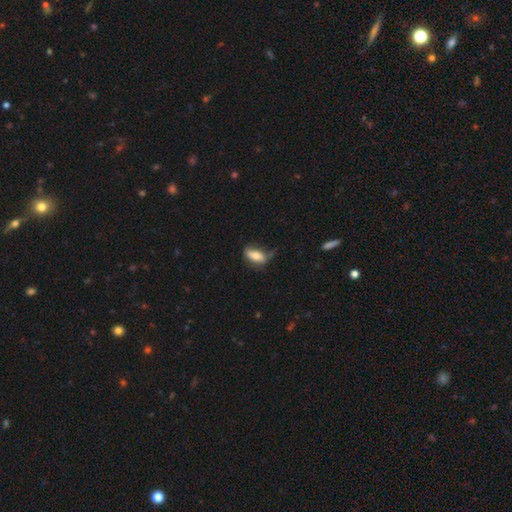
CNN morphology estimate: smooth_or_featured: smooth (p=0.76) [alt: featured or disk p=0.16]
how_rounded: in between (p=0.84) [alt: cigar-shaped p=0.13]
merging: none (p=0.48) [alt: minor disturbance p=0.33]